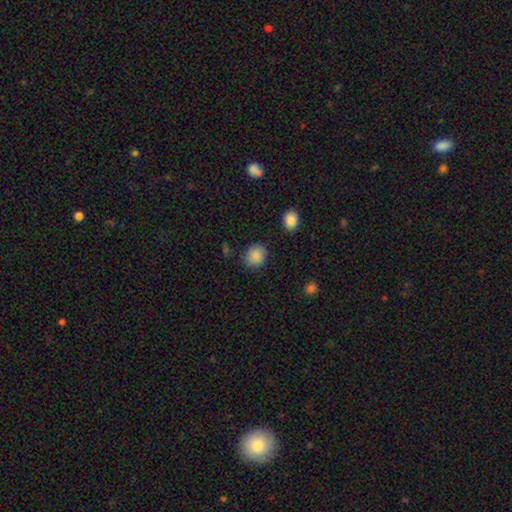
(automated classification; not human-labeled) A smooth galaxy with no disk features (88%) that is round (75%). Merging: none (85%).